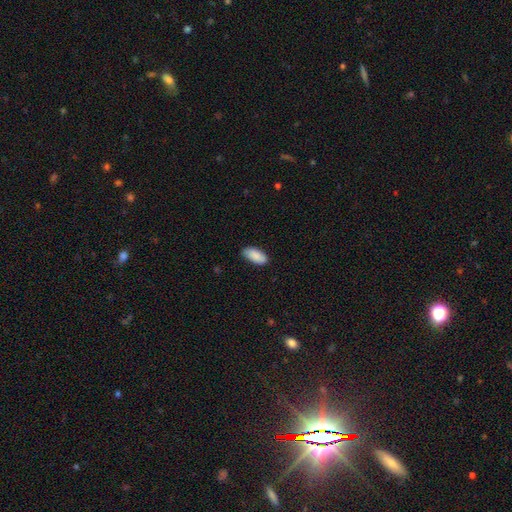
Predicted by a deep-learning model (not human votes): smooth 89%, star or artifact 6%, featured or disk 5%. Down the decision tree: how rounded — in between (92%); merging — none (83%).